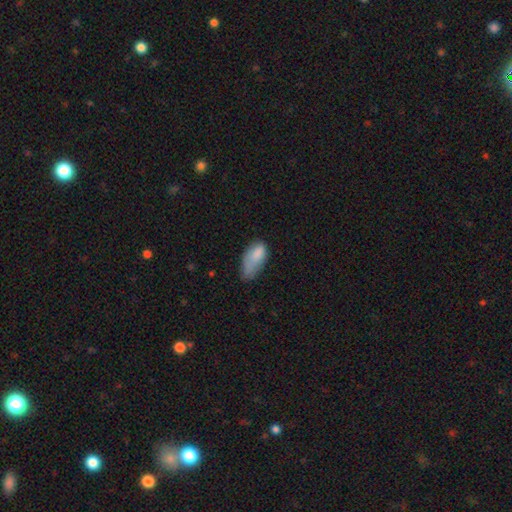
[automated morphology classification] type=smooth (80%); roundness=in between (91%); merging=minor disturbance (43%).